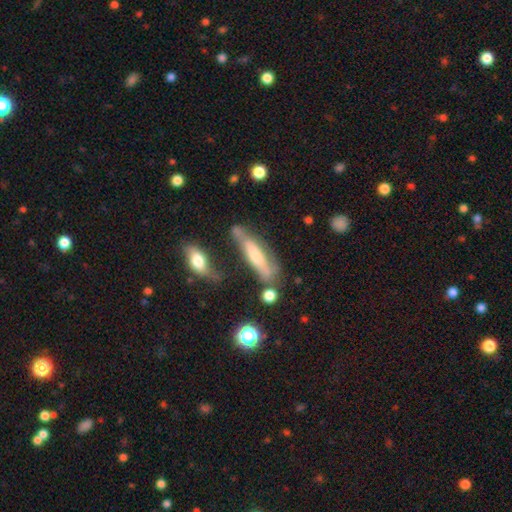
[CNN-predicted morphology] Smooth or featured? featured or disk (46%)
Merging? none (49%)